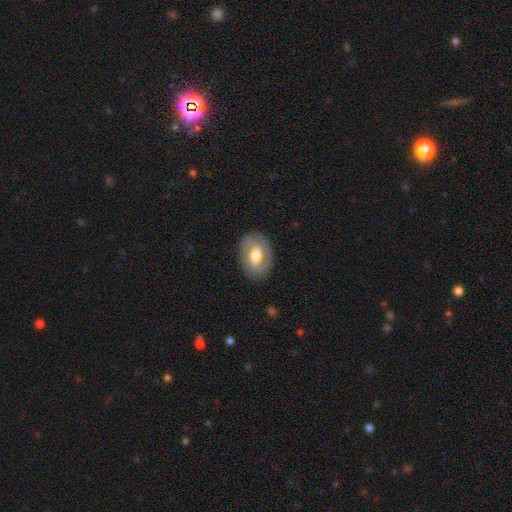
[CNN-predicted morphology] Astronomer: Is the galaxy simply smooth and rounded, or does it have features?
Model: featured or disk — 57% (runner-up: smooth, 37%).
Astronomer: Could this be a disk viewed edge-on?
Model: no — 94%.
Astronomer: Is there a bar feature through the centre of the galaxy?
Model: weak — 42% (runner-up: no, 34%).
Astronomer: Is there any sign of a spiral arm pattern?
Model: yes — 57% (runner-up: no, 43%).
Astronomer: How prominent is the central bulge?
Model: moderate — 63%.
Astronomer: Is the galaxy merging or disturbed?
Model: none — 83%.